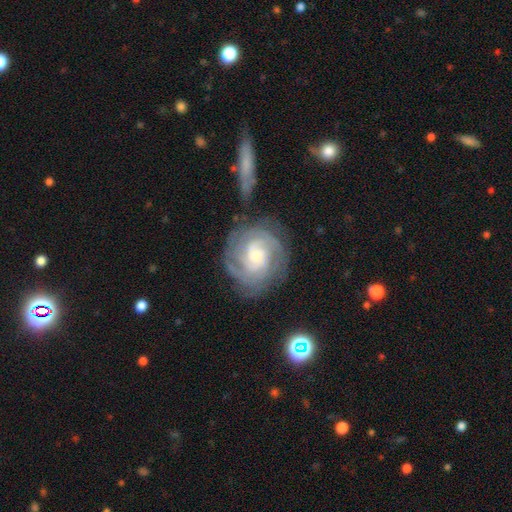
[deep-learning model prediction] A featured or disk galaxy (83%) with no bar (56%), tight (69%) spiral arms (96%) and a small central bulge (46%).

Vote fractions:
- Smooth or featured? featured or disk: 83% / smooth: 11% / star or artifact: 7%
- Edge-on disk? no: 97% / yes: 3%
- Bar? no: 56% / weak: 36% / strong: 8%
- Spiral arms? yes: 96% / no: 4%
- Spiral winding? tight: 69% / medium: 26% / loose: 5%
- Spiral arm count? can't tell: 29% / 3: 24% / 2: 24% / 4: 12% / more than 4: 6% / 1: 5%
- Bulge size? small: 46% / moderate: 44% / large: 6% / none: 3% / dominant: 1%
- Merging? none: 73% / minor disturbance: 15% / major disturbance: 7% / merger: 5%